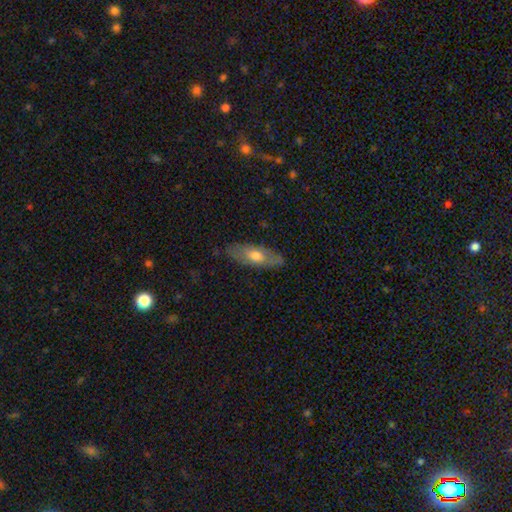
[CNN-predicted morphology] Overall: smooth (60%; featured or disk 34%). How rounded: in between (61%; cigar-shaped 36%). Merging: none (80%).